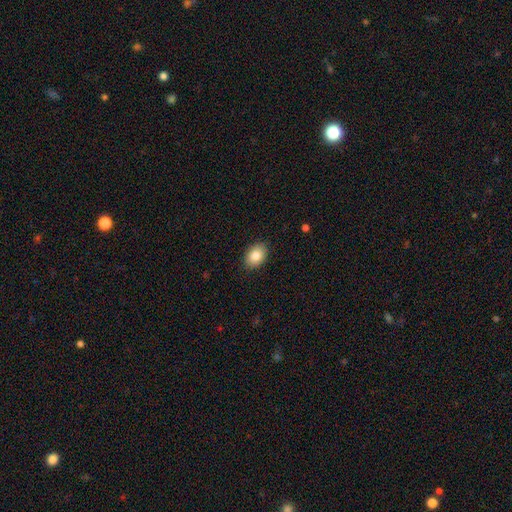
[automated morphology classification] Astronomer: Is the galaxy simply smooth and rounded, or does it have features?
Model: smooth — 84%.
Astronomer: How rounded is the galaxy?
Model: in between — 80%.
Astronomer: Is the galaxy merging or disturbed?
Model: none — 89%.